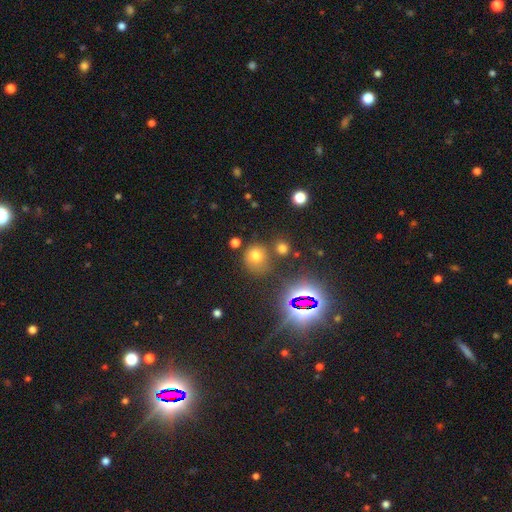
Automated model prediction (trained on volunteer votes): Smooth or featured? Predicted: smooth (p=0.66). How rounded? Predicted: round (p=0.84). Merging? Predicted: none (p=0.69).